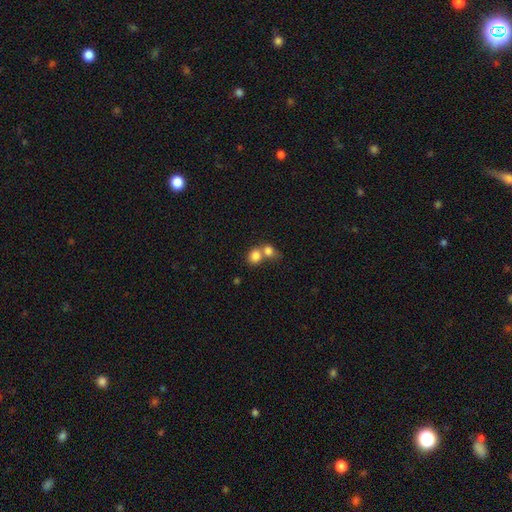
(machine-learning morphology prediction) Smooth or featured: smooth — 82% (star or artifact — 9%)
How rounded: round — 63% (in between — 36%)
Merging: merger — 61% (none — 30%)